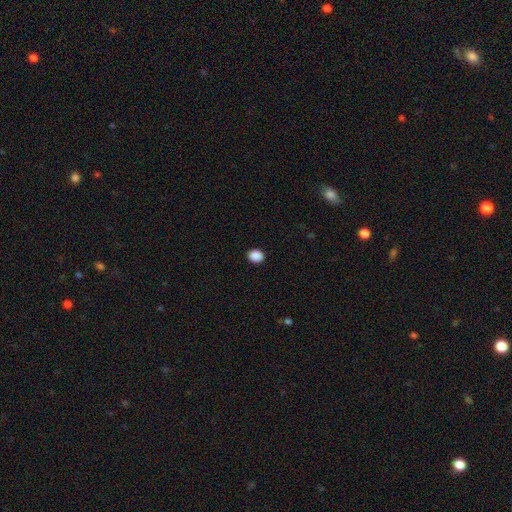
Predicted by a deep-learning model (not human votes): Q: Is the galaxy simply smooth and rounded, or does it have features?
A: smooth — 89%.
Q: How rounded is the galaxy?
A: round — 52%.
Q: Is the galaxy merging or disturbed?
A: none — 91%.